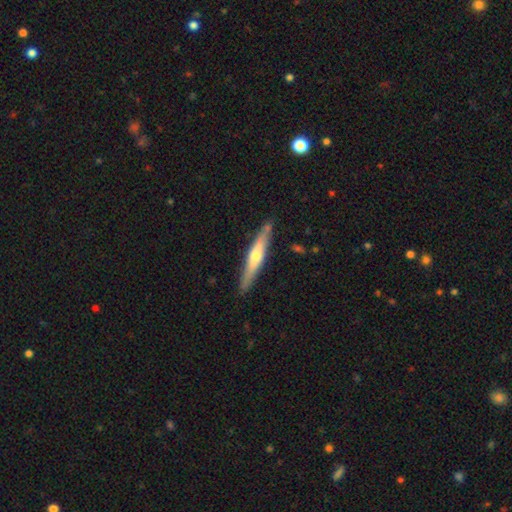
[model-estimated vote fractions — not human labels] featured or disk 55%, smooth 39%, star or artifact 5%. Down the decision tree: edge-on disk — yes (92%); edge-on bulge — rounded (84%); merging — none (85%).